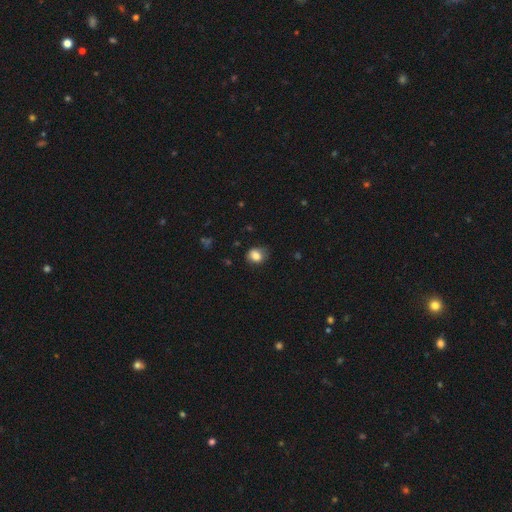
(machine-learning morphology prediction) This is clearly a smooth galaxy (81%). How rounded: possibly round (58%). Merging: likely none (65%).